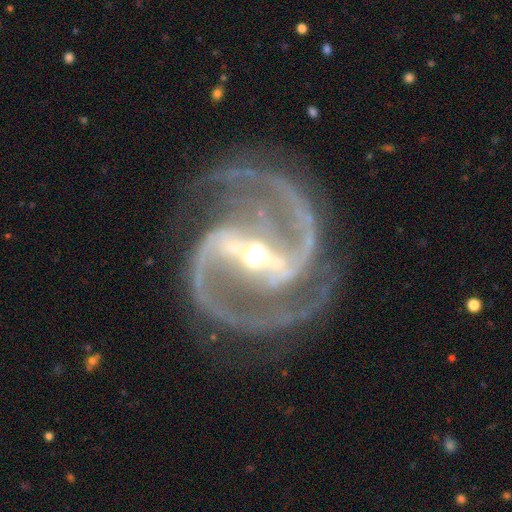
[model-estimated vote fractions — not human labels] Smooth or featured?
  - featured or disk: 94% *
  - star or artifact: 4%
  - smooth: 2%
Edge-on disk?
  - no: 98% *
  - yes: 2%
Bar?
  - strong: 74% *
  - weak: 19%
  - no: 6%
Spiral arms?
  - yes: 99% *
  - no: 1%
Spiral winding?
  - medium: 65% *
  - loose: 17%
  - tight: 17%
Spiral arm count?
  - 2: 92% *
  - 3: 2%
  - can't tell: 2%
  - 1: 1%
  - 4: 1%
  - more than 4: 1%
Bulge size?
  - moderate: 48% * (tied)
  - small: 48% * (tied)
  - large: 3%
  - none: 1%
  - dominant: 1%
Merging?
  - none: 74% *
  - minor disturbance: 15%
  - major disturbance: 9%
  - merger: 3%